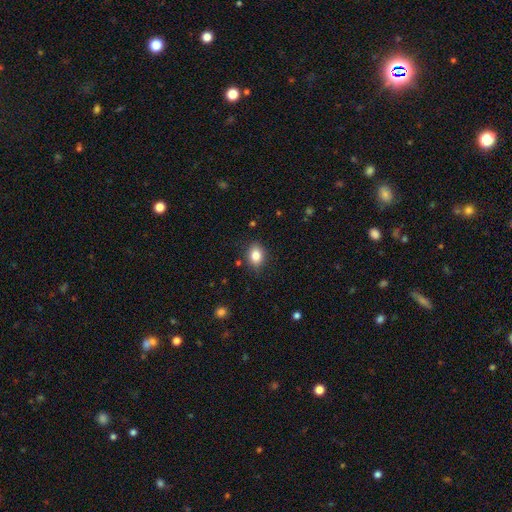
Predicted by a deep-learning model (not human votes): smooth 83%, star or artifact 9%, featured or disk 7%. Down the decision tree: how rounded — in between (68%); merging — none (84%).